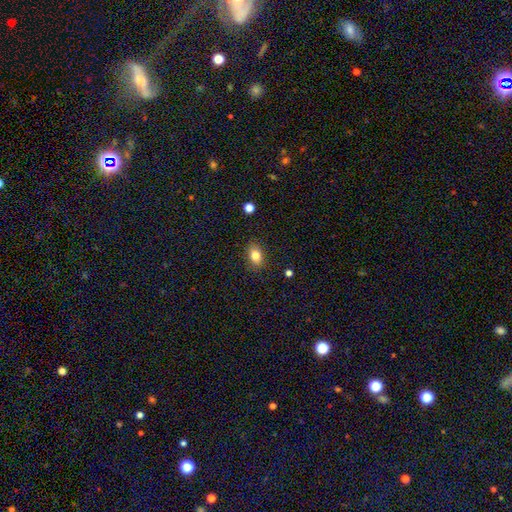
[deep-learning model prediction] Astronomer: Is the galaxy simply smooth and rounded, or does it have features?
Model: smooth — 82%.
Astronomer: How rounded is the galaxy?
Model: in between — 76%.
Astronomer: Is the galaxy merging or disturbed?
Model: none — 87%.